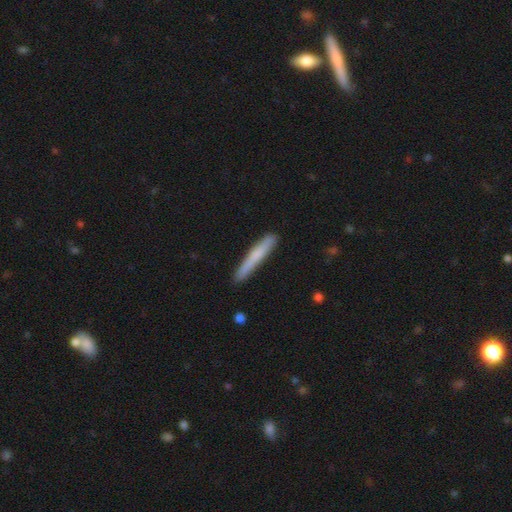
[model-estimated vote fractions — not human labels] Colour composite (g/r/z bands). It shows a smooth galaxy with no disk features (69%) that is cigar-shaped (96%). Merging: none (85%).